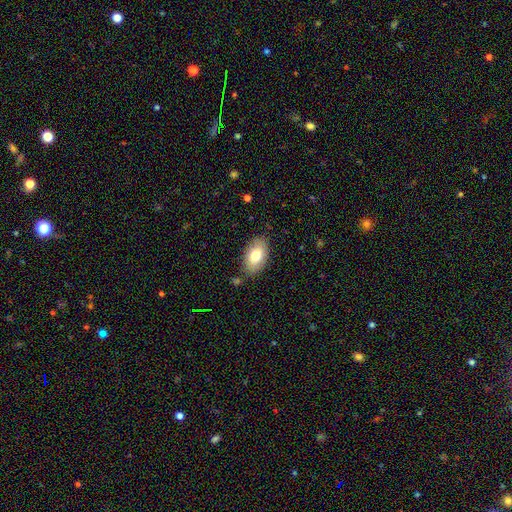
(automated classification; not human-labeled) A smooth galaxy with no disk features (76%) that is in between round and cigar-shaped (93%). Merging: none (83%).